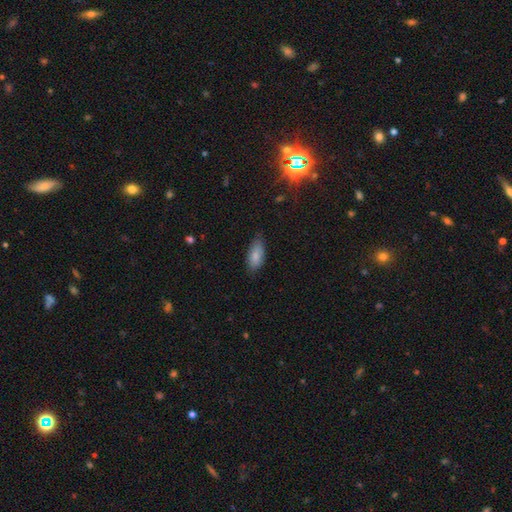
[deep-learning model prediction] smooth 83%, featured or disk 10%, star or artifact 7%. Down the decision tree: how rounded — in between (86%); merging — none (70%).